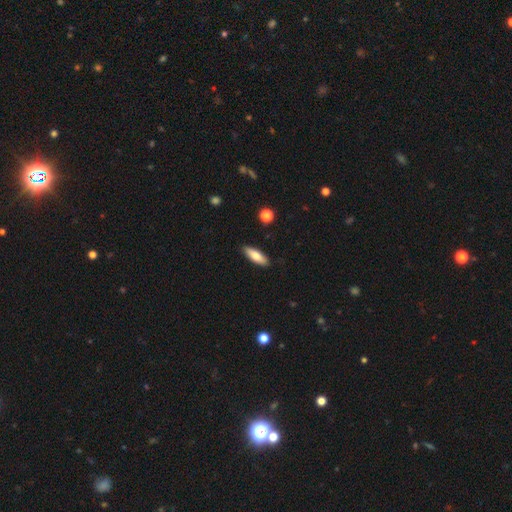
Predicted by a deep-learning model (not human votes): This is likely a smooth galaxy (76%). How rounded: possibly in between (54%). Merging: clearly none (88%).